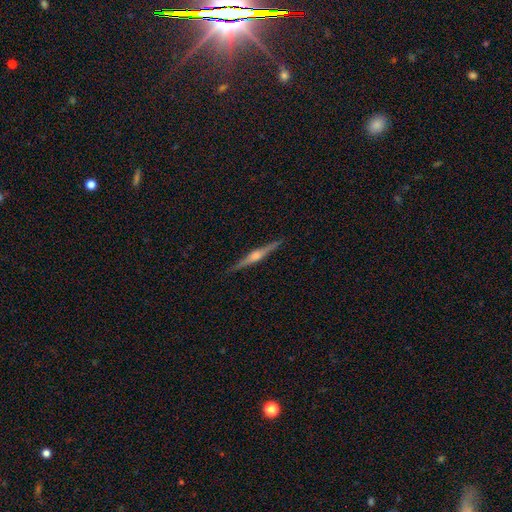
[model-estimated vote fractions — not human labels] The model was most divided on "smooth or featured": featured or disk: 81%, smooth: 14%, star or artifact: 6%. More confident: edge-on disk — yes (98%); merging — none (91%); edge-on bulge — rounded (84%).